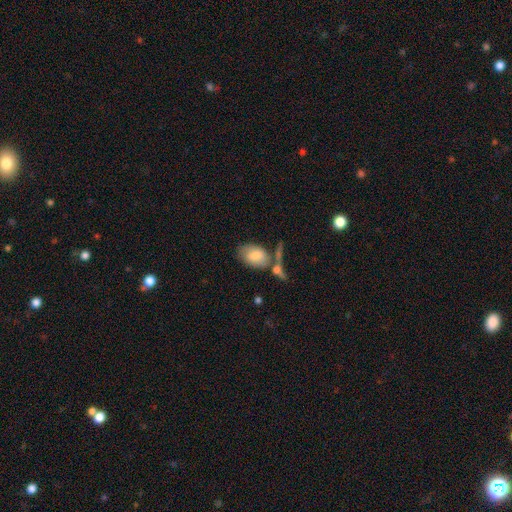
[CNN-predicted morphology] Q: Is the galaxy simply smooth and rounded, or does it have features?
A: smooth — 77%.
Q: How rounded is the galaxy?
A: in between — 89%.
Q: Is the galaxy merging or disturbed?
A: none — 49%.